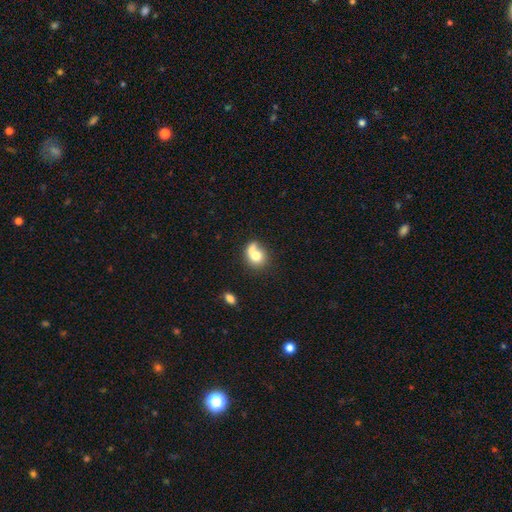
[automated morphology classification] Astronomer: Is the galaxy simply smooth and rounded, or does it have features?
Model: smooth — 69%.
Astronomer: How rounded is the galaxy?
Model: round — 61% (runner-up: in between, 38%).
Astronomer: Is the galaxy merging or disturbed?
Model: merger — 41% (runner-up: none, 32%).